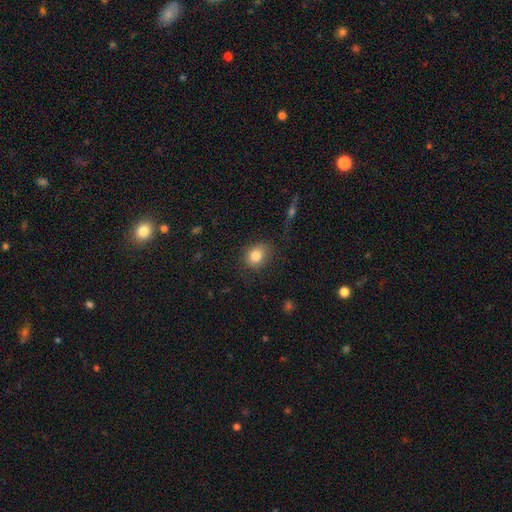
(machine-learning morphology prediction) type=smooth (82%); roundness=round (60%); merging=none (79%).